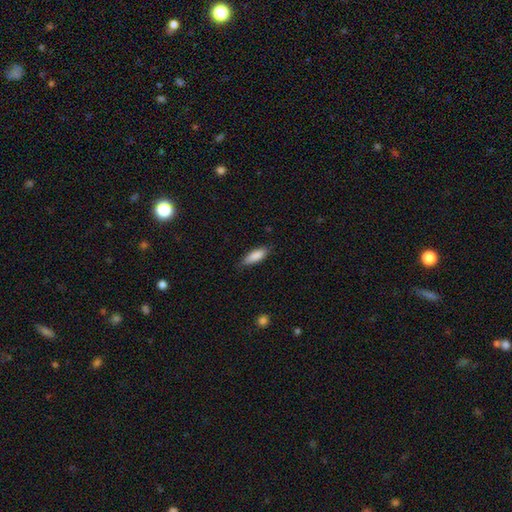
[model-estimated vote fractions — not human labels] This is clearly a smooth galaxy (86%). How rounded: possibly in between (57%). Merging: likely none (80%).